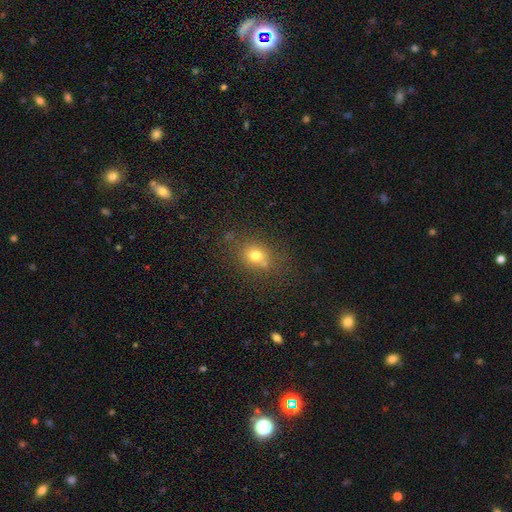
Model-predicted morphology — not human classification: smooth-or-featured: smooth: 73% | star or artifact: 16% | featured or disk: 11%
  how-rounded: round: 70% | in between: 29% | cigar-shaped: 1%
  merging: none: 68% | minor disturbance: 14% | merger: 13% | major disturbance: 5%